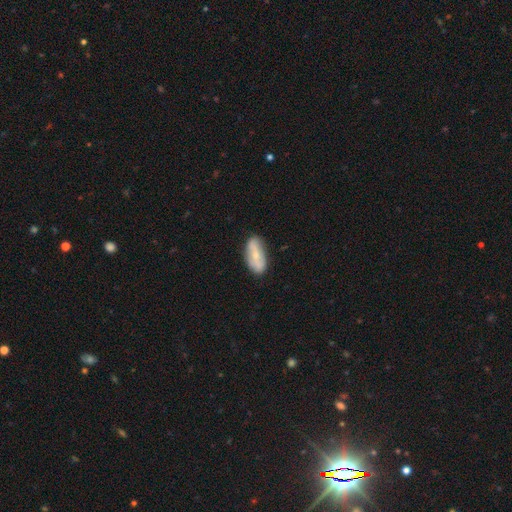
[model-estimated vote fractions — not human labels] Smooth or featured: smooth — 52% (featured or disk — 42%)
How rounded: in between — 85% (cigar-shaped — 12%)
Merging: none — 77% (minor disturbance — 18%)